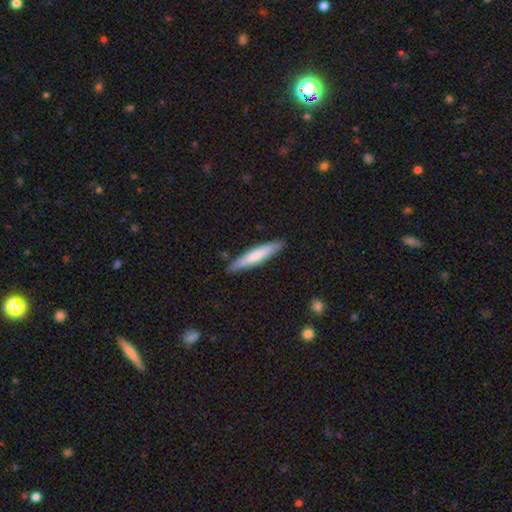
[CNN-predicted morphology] smooth 67%, featured or disk 28%, star or artifact 5%. Down the decision tree: how rounded — cigar-shaped (90%); merging — none (86%).